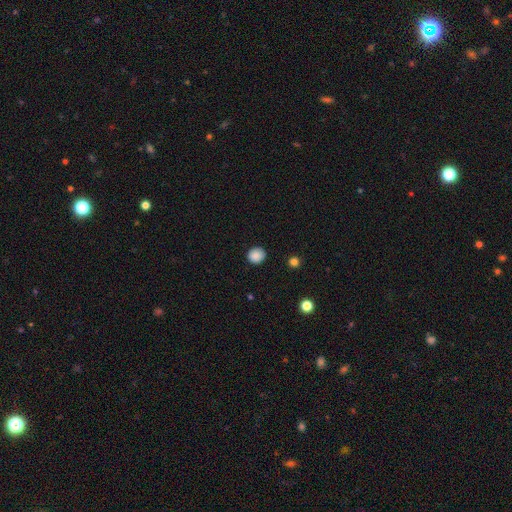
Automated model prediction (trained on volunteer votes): smooth-or-featured: smooth: 88% | star or artifact: 9% | featured or disk: 3%
  how-rounded: round: 86% | in between: 13% | cigar-shaped: 1%
  merging: none: 89% | minor disturbance: 8% | major disturbance: 2% | merger: 1%